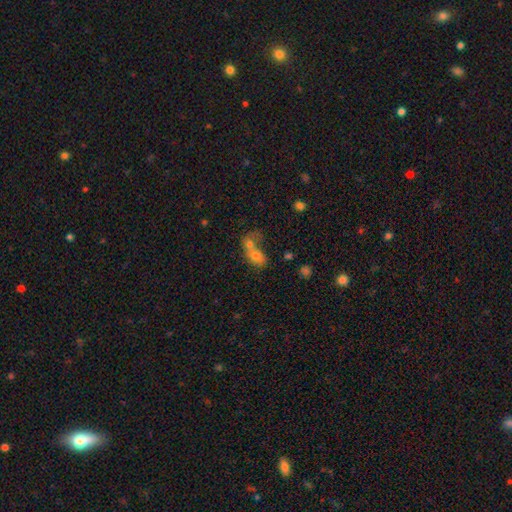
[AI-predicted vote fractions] Morphology: type=smooth (70%); roundness=in between (63%); merging=merger (72%).